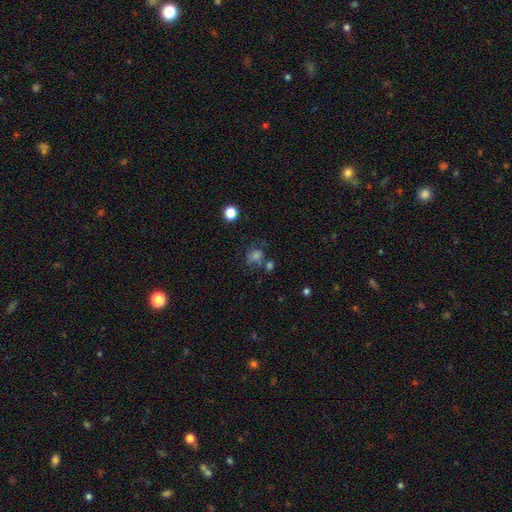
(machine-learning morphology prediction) type=smooth (64%); roundness=round (57%); merging=none (48%).